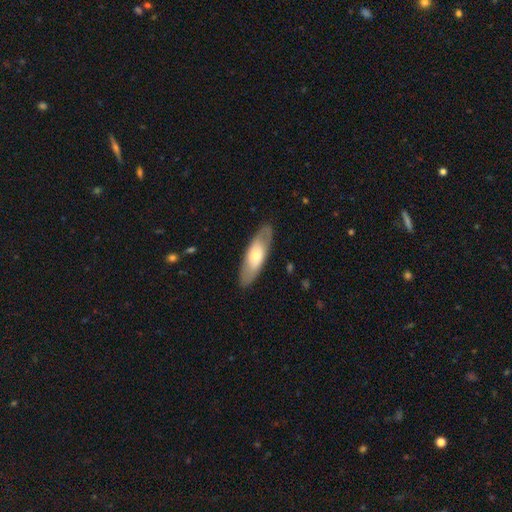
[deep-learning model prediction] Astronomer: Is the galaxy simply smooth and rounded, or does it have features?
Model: smooth — 51% (runner-up: featured or disk, 44%).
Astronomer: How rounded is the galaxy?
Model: in between — 62%.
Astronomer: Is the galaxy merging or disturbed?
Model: none — 84%.